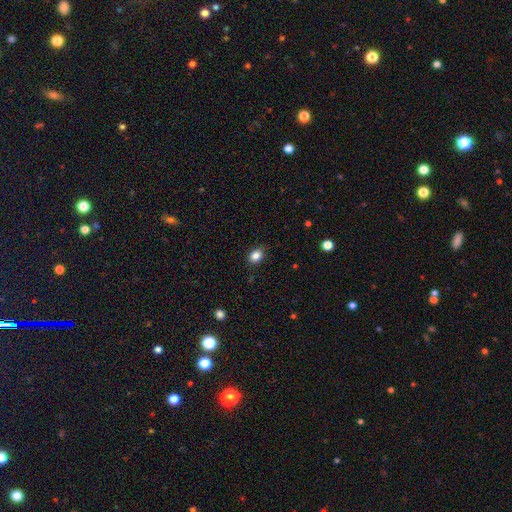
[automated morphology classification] type=smooth (85%); roundness=in between (63%); merging=none (86%).